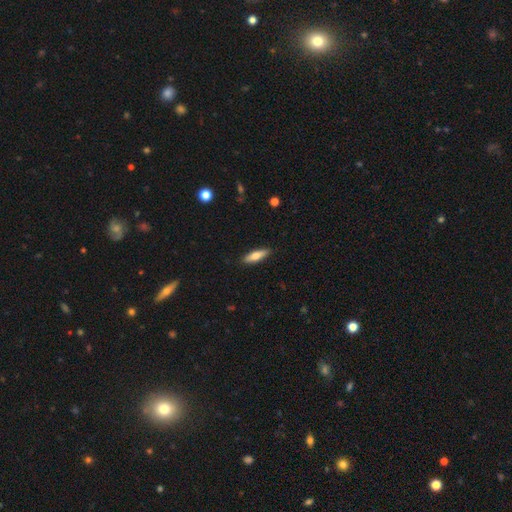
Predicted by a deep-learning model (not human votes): Smooth or featured: smooth — 69% (featured or disk — 25%)
How rounded: cigar-shaped — 59% (in between — 39%)
Merging: none — 88% (minor disturbance — 9%)